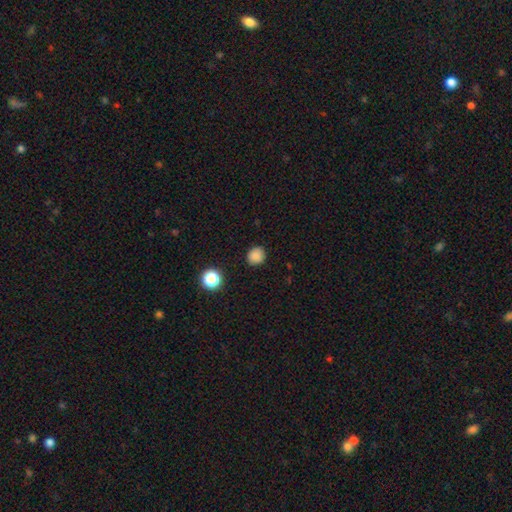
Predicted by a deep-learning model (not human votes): Smooth or featured? Predicted: smooth (p=0.84). How rounded? Predicted: round (p=0.84). Merging? Predicted: none (p=0.88).